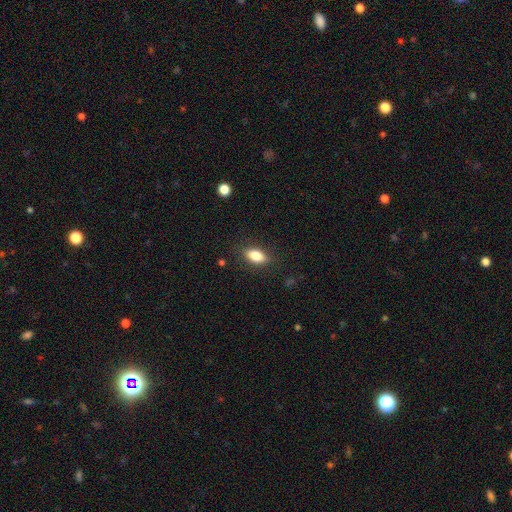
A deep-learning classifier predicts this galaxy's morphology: A smooth galaxy with no disk features (83%) that is in between round and cigar-shaped (86%).

Vote fractions:
- Smooth or featured? smooth: 83% / featured or disk: 9% / star or artifact: 8%
- How rounded? in between: 86% / cigar-shaped: 7% / round: 6%
- Merging? none: 85% / minor disturbance: 11% / major disturbance: 3% / merger: 1%